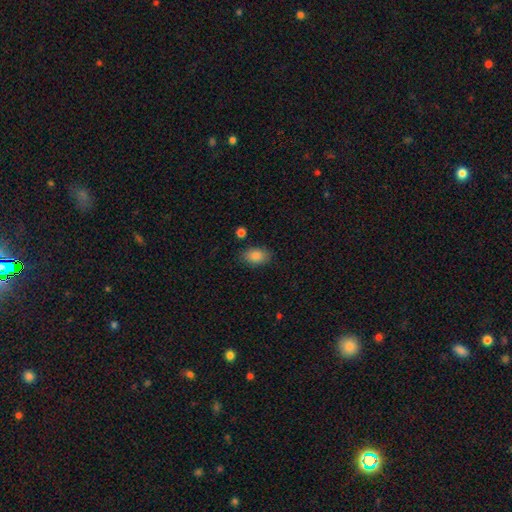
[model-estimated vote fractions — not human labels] smooth 86%, star or artifact 8%, featured or disk 6%. Down the decision tree: how rounded — in between (86%); merging — none (83%).